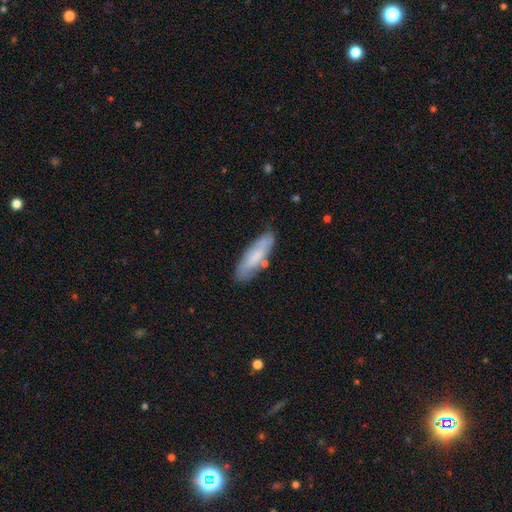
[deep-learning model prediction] smooth 70%, featured or disk 24%, star or artifact 6%. Down the decision tree: how rounded — cigar-shaped (53%); merging — none (77%).